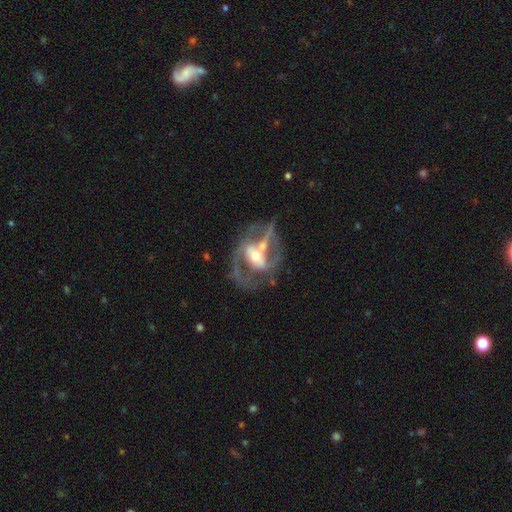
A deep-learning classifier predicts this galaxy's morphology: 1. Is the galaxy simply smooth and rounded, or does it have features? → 81% featured or disk, 13% smooth, 7% star or artifact.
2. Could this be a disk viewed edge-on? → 95% no, 5% yes.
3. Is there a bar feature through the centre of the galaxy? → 35% strong, 34% no, 31% weak.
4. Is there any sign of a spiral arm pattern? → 71% yes, 29% no.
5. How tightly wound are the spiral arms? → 47% medium, 33% loose, 20% tight.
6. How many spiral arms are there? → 72% 2, 13% can't tell, 7% 1, 5% 3, 2% 4, 1% more than 4.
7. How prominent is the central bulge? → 65% moderate, 20% small, 11% large, 2% none, 1% dominant.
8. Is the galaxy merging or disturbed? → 36% none, 25% merger, 24% major disturbance, 15% minor disturbance.